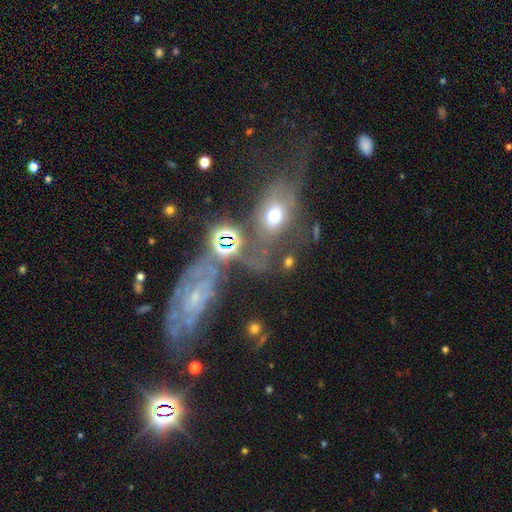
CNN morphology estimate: Q: Smooth or featured?
A: featured or disk (66%); runner-up: smooth (18%)
Q: Edge-on disk?
A: no (87%); runner-up: yes (13%)
Q: Bar?
A: no (68%); runner-up: weak (23%)
Q: Spiral arms?
A: yes (77%); runner-up: no (23%)
Q: Bulge size?
A: small (53%); runner-up: moderate (37%)
Q: Merging?
A: merger (40%); runner-up: none (33%)